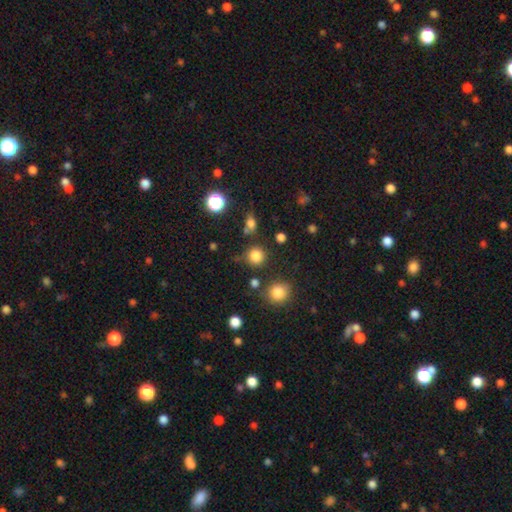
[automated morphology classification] This appears to be a smooth galaxy with no disk features (81%) that is round (91%). Merging: none (79%).